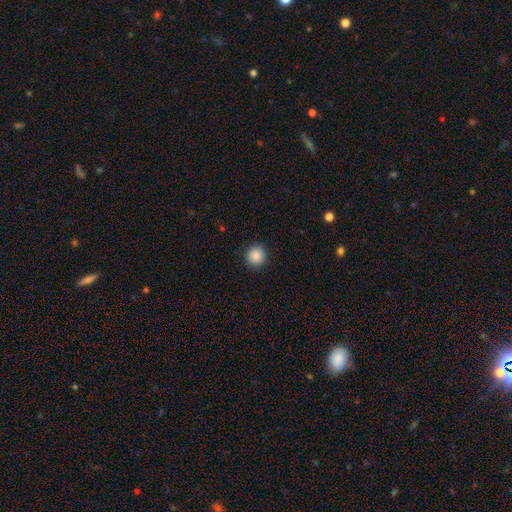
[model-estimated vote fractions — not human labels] Smooth or featured: smooth — 88% (star or artifact — 9%)
How rounded: round — 92% (in between — 7%)
Merging: none — 91% (minor disturbance — 7%)